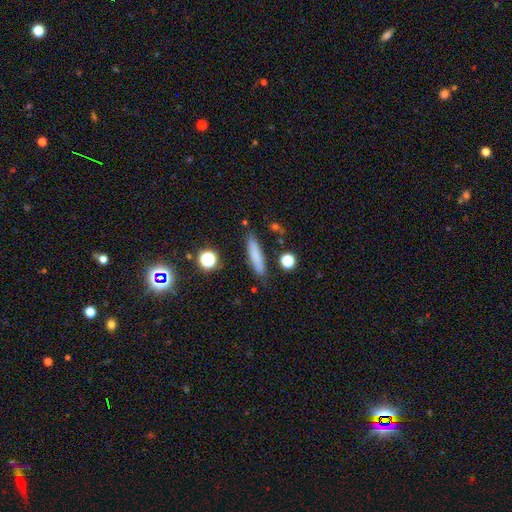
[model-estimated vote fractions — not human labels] smooth_or_featured: smooth (p=0.76) [alt: featured or disk p=0.13]
how_rounded: cigar-shaped (p=0.82) [alt: in between p=0.15]
merging: none (p=0.84) [alt: minor disturbance p=0.11]